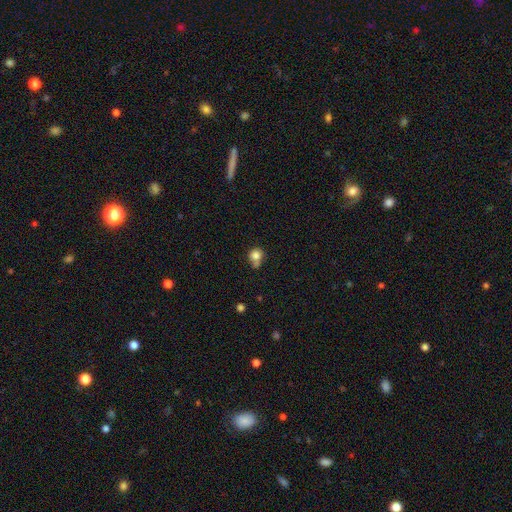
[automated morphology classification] type=smooth (81%); roundness=round (85%); merging=none (51%).